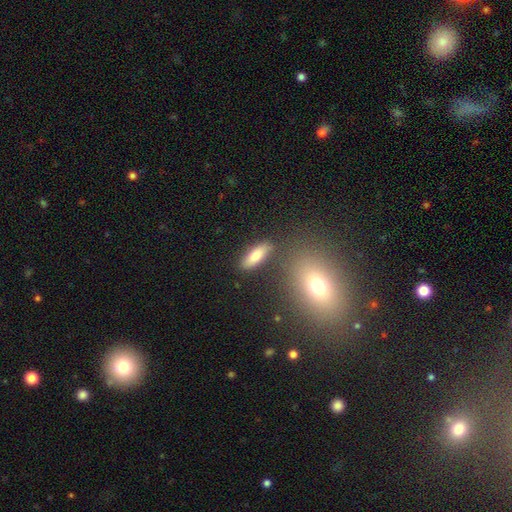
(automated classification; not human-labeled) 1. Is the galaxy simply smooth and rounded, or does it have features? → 76% smooth, 16% featured or disk, 8% star or artifact.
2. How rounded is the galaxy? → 58% in between, 38% cigar-shaped, 4% round.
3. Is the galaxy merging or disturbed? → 79% none, 12% minor disturbance, 6% merger, 4% major disturbance.